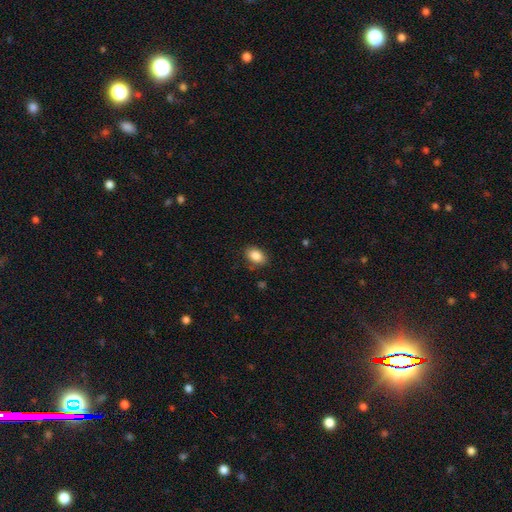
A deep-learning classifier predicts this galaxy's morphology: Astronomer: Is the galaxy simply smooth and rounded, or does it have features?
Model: smooth — 87%.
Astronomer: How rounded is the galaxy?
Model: in between — 85%.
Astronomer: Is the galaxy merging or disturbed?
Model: none — 81%.